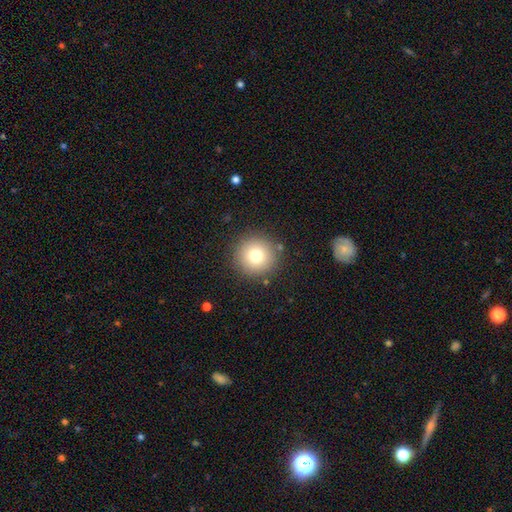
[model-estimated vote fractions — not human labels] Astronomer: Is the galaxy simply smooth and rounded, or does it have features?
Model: smooth — 77%.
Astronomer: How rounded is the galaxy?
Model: round — 95%.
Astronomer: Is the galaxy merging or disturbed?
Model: none — 88%.